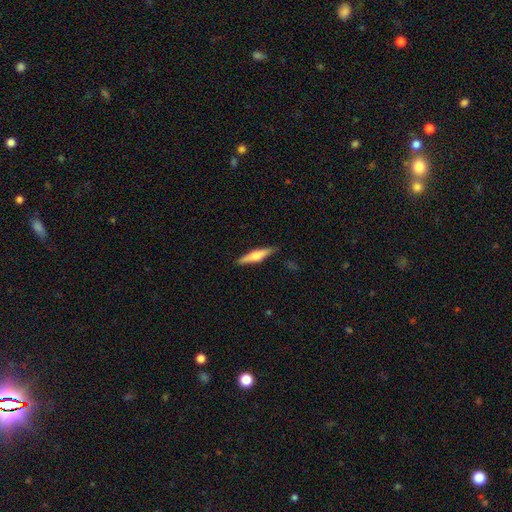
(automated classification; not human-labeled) smooth_or_featured: smooth (p=0.49) [alt: featured or disk p=0.46]
merging: none (p=0.87) [alt: minor disturbance p=0.10]